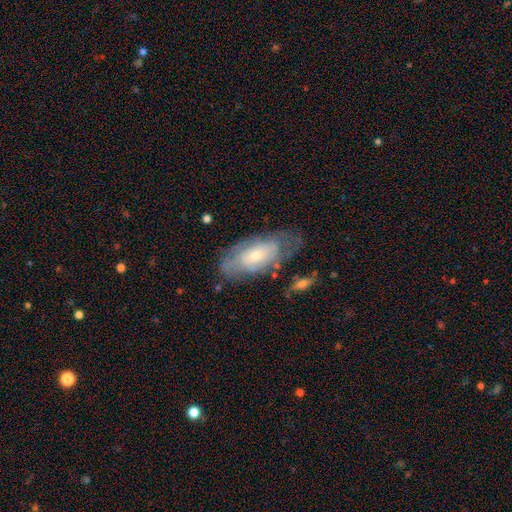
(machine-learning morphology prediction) featured or disk 58%, smooth 35%, star or artifact 7%. Down the decision tree: edge-on disk — no (89%); bar — no (76%); spiral arms — yes (61%); bulge size — small (60%); merging — none (60%).